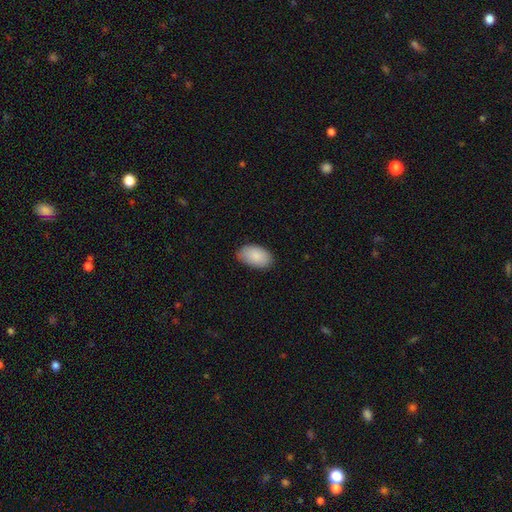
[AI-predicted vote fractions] smooth 88%, star or artifact 6%, featured or disk 6%. Down the decision tree: how rounded — in between (95%); merging — none (83%).